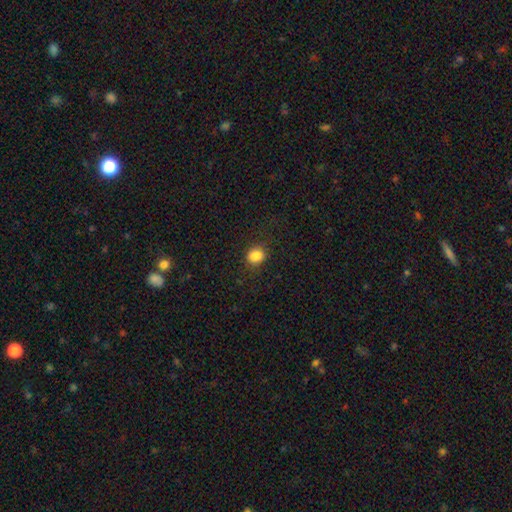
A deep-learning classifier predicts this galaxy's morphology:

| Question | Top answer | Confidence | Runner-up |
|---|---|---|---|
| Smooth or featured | smooth | 85% | star or artifact (11%) |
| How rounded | round | 55% | in between (43%) |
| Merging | none | 80% | minor disturbance (14%) |